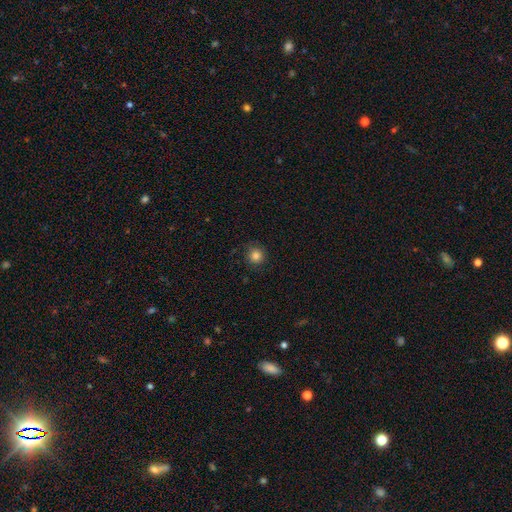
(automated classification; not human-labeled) Smooth or featured: smooth — 83% (star or artifact — 12%)
How rounded: round — 94% (in between — 5%)
Merging: none — 87% (minor disturbance — 10%)